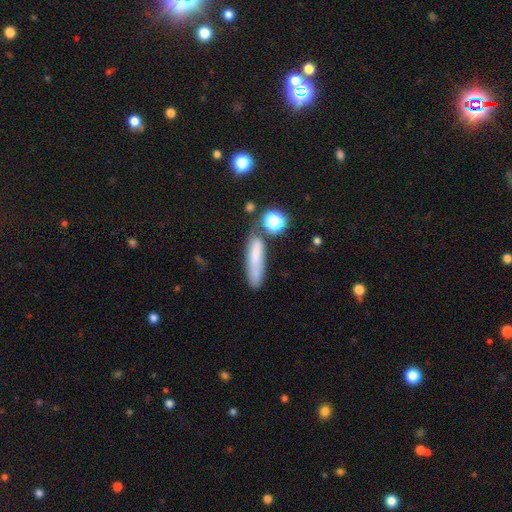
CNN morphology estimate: Q: Smooth or featured?
A: smooth (67%); runner-up: featured or disk (21%)
Q: How rounded?
A: cigar-shaped (72%); runner-up: in between (23%)
Q: Merging?
A: none (54%); runner-up: minor disturbance (24%)